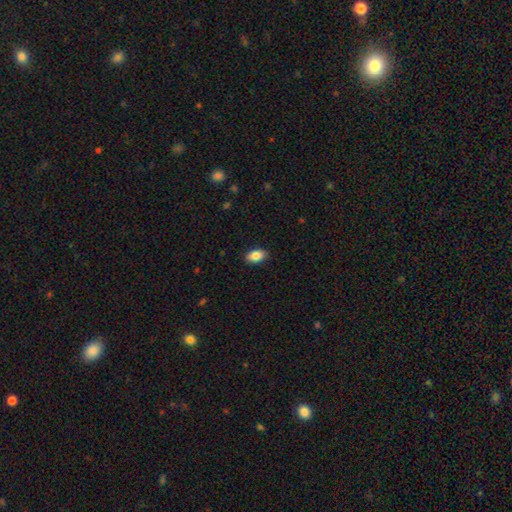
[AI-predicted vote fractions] Smooth or featured? Predicted: smooth (p=0.86). How rounded? Predicted: in between (p=0.91). Merging? Predicted: none (p=0.88).